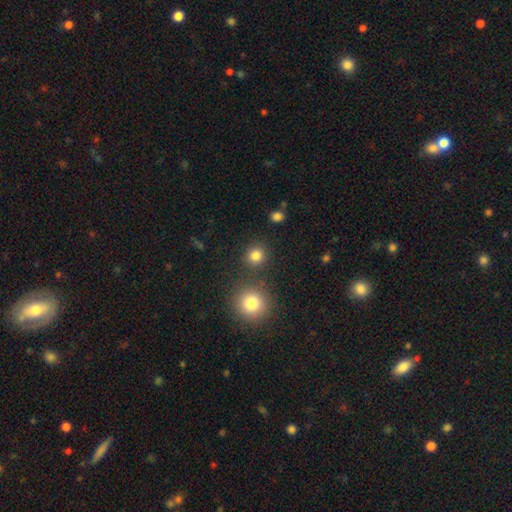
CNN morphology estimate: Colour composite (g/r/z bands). It shows a smooth galaxy with no disk features (82%) that is round (88%). Merging: none (82%).